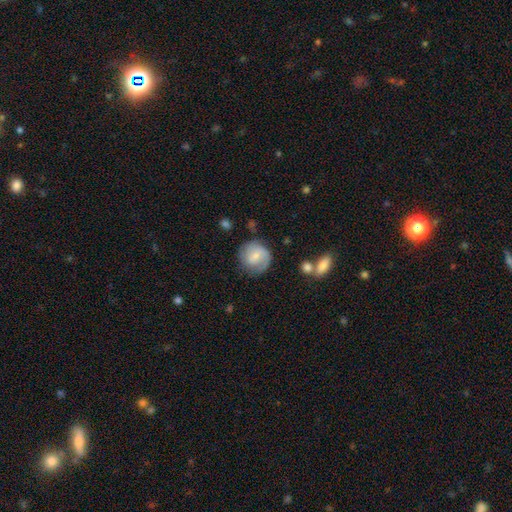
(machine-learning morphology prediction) smooth-or-featured: smooth: 54% | featured or disk: 39% | star or artifact: 7%
  how-rounded: round: 87% | in between: 12% | cigar-shaped: 1%
  merging: none: 69% | minor disturbance: 20% | major disturbance: 8% | merger: 3%